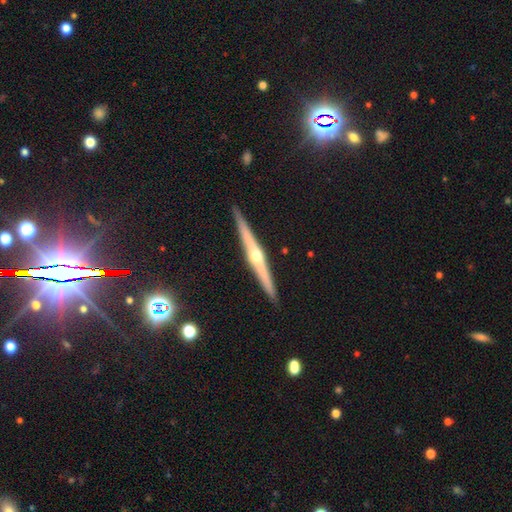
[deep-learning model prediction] This is likely a featured or disk galaxy (79%). It is clearly viewed edge-on (98%). Edge-on bulge: clearly rounded (89%). Merging: clearly none (92%).